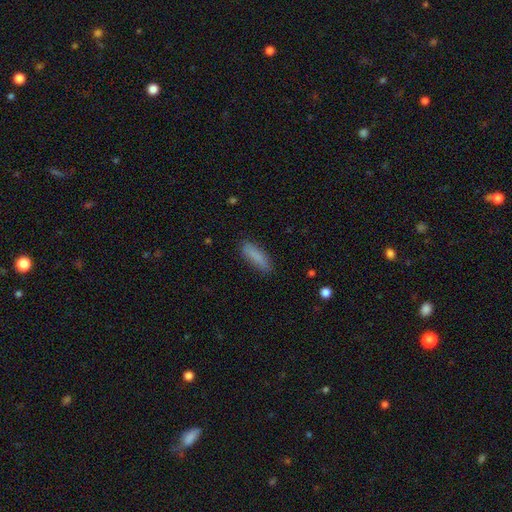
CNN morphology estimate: This is clearly a smooth galaxy (84%). How rounded: likely cigar-shaped (68%). Merging: clearly none (84%).